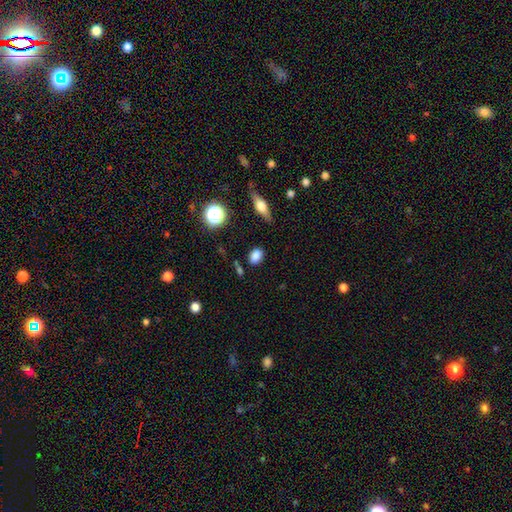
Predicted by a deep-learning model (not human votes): Morphology: type=smooth (82%); roundness=in between (75%); merging=none (82%).